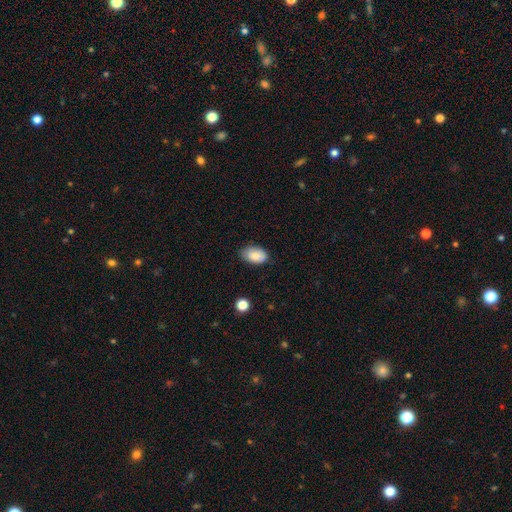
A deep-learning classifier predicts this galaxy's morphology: This appears to be a smooth galaxy with no disk features (82%) that is in between round and cigar-shaped (91%). Merging: none (75%).